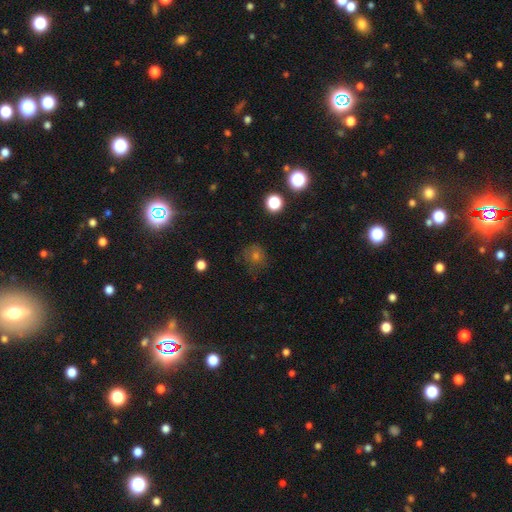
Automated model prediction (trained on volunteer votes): Morphology: type=smooth (50%); merging=none (74%).